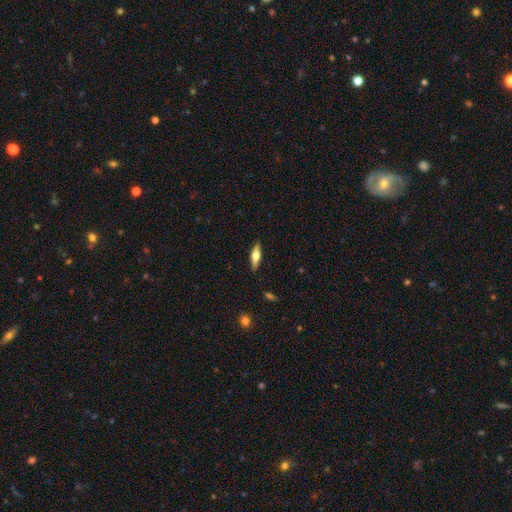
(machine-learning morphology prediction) smooth 50%, featured or disk 44%, star or artifact 6%. Down the decision tree: how rounded — cigar-shaped (57%); merging — none (89%).